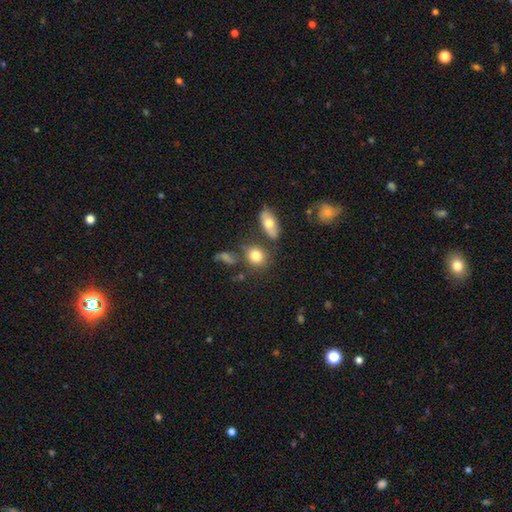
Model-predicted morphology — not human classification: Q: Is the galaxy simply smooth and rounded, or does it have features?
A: smooth — 80%.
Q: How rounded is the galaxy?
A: round — 62%.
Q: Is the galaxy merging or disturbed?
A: none — 66%.